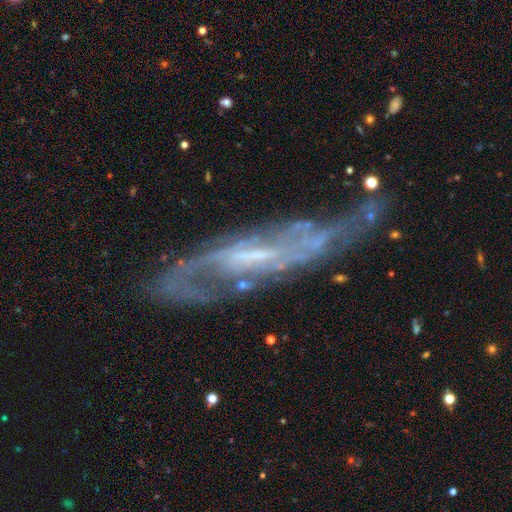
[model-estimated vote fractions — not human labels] The model was most divided on "spiral winding": medium: 46%, tight: 30%, loose: 25%. Remaining: spiral arms — yes (91%); smooth or featured — featured or disk (83%); edge-on disk — no (78%); spiral arm count — 2 (62%); merging — none (60%); bulge size — small (55%); bar — weak (47%).